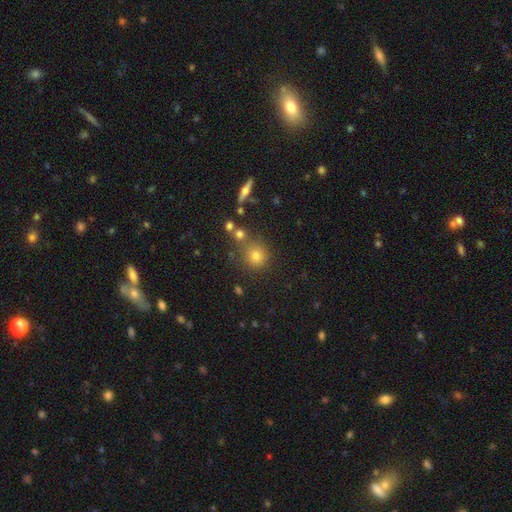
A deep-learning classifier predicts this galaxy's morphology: A smooth galaxy with no disk features (71%) that is round (89%).

Vote fractions:
- Smooth or featured? smooth: 71% / star or artifact: 18% / featured or disk: 11%
- How rounded? round: 89% / in between: 10% / cigar-shaped: 2%
- Merging? none: 69% / merger: 15% / minor disturbance: 11% / major disturbance: 5%